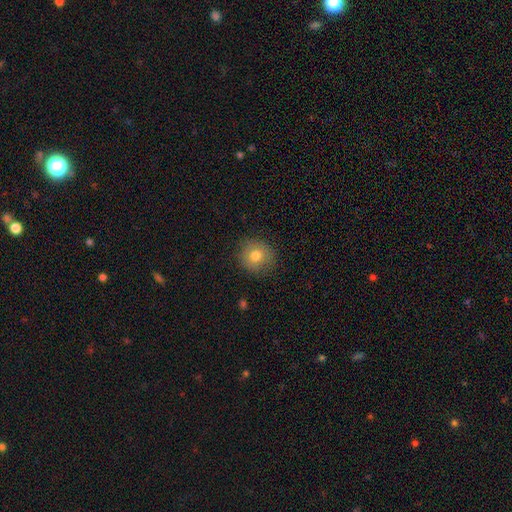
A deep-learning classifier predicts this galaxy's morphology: The model was most divided on "smooth or featured": smooth: 78%, featured or disk: 11%, star or artifact: 10%. More confident: how rounded — round (89%); merging — none (87%).